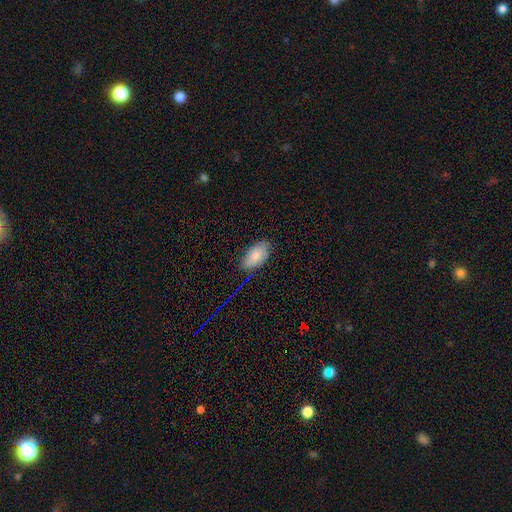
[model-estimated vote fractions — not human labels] This appears to be a smooth galaxy with no disk features (79%) that is in between round and cigar-shaped (94%). Merging: none (78%).